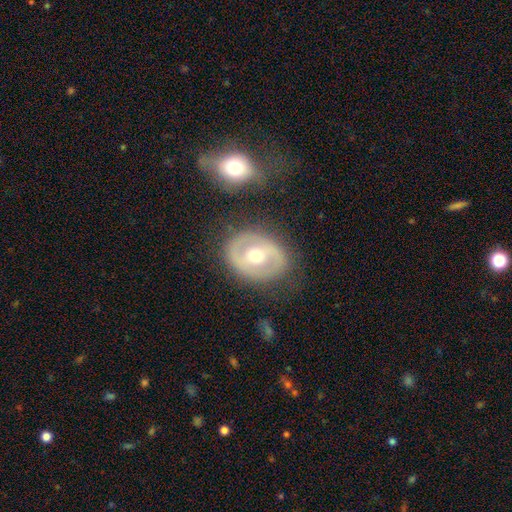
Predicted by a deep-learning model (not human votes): smooth_or_featured: featured or disk (p=0.67) [alt: smooth p=0.28]
disk_edge_on: no (p=0.96) [alt: yes p=0.04]
bar: weak (p=0.37) [alt: no p=0.35]
has_spiral_arms: no (p=0.50) [tied with: yes p=0.50]
bulge_size: moderate (p=0.73) [alt: small p=0.20]
merging: none (p=0.77) [alt: minor disturbance p=0.13]